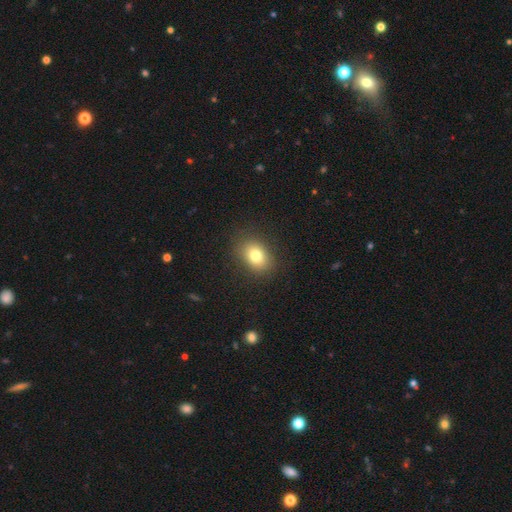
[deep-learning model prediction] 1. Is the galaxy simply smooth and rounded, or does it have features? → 78% smooth, 11% star or artifact, 10% featured or disk.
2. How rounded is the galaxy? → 64% in between, 35% round, 1% cigar-shaped.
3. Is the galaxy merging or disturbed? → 86% none, 9% minor disturbance, 4% major disturbance, 1% merger.